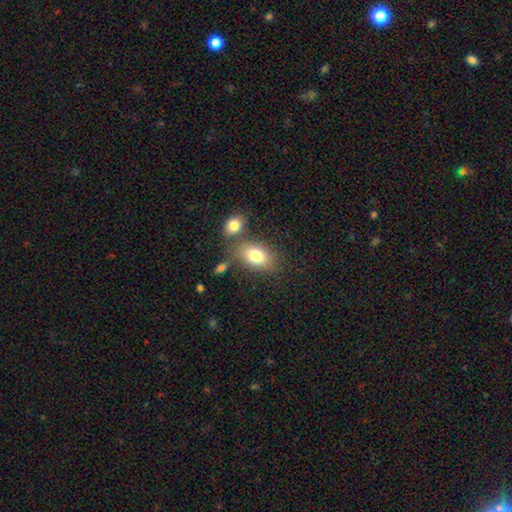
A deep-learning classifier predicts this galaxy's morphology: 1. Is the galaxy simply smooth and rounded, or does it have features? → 80% smooth, 12% featured or disk, 8% star or artifact.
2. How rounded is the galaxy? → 85% in between, 13% round, 2% cigar-shaped.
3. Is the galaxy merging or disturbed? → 61% none, 21% merger, 13% minor disturbance, 5% major disturbance.